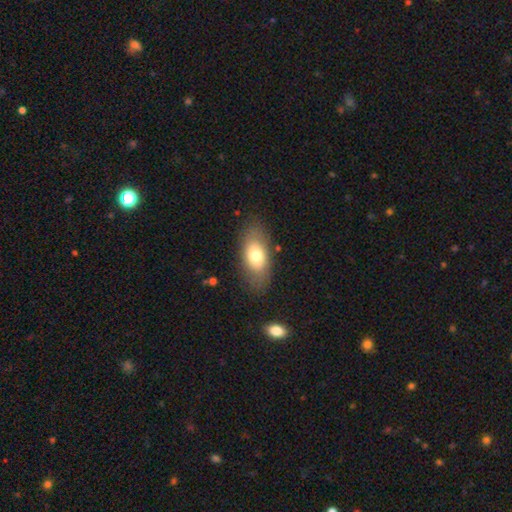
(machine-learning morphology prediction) Smooth or featured: smooth — 69% (featured or disk — 23%)
How rounded: in between — 88% (round — 6%)
Merging: none — 78% (minor disturbance — 14%)